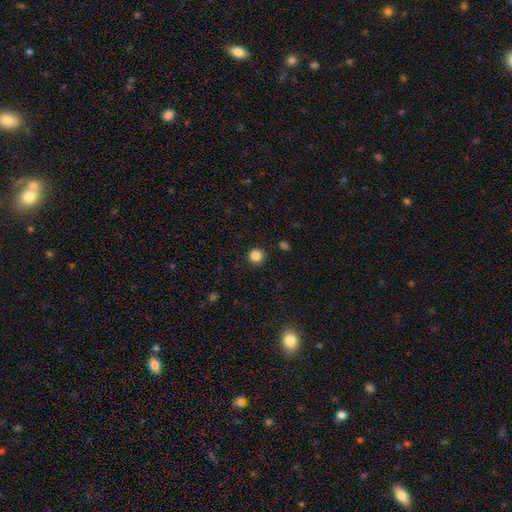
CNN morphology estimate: Smooth or featured? smooth (85%)
How rounded? round (95%)
Merging? none (90%)